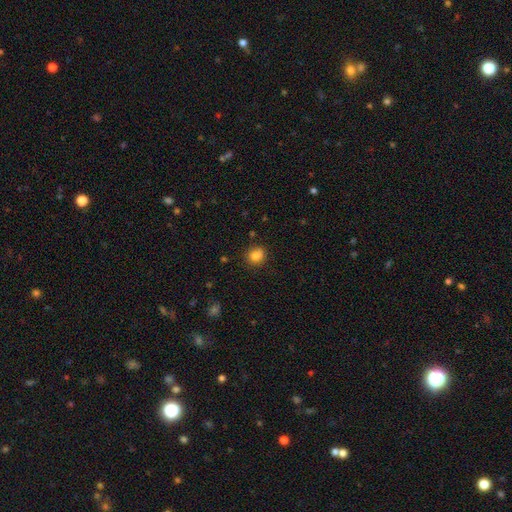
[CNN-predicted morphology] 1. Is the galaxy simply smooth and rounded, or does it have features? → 82% smooth, 12% star or artifact, 7% featured or disk.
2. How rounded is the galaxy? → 83% round, 16% in between, 1% cigar-shaped.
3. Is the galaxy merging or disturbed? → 80% none, 14% minor disturbance, 3% merger, 3% major disturbance.